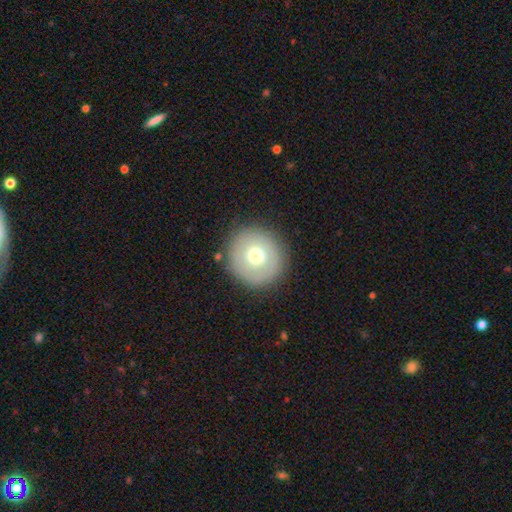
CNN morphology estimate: The model was most divided on "smooth or featured": smooth: 64%, featured or disk: 27%, star or artifact: 8%. More confident: how rounded — round (94%); merging — none (87%).